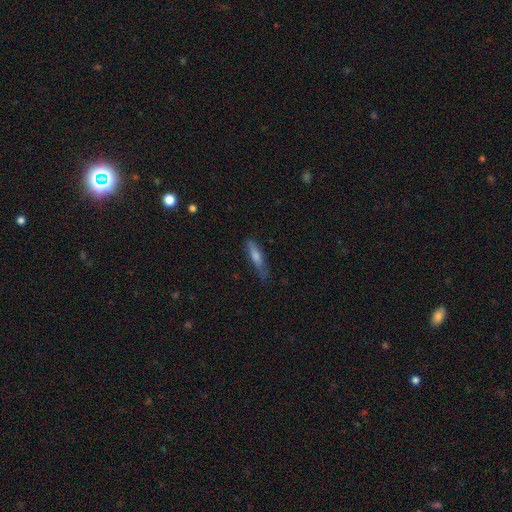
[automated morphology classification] smooth 60%, featured or disk 32%, star or artifact 8%. Down the decision tree: how rounded — cigar-shaped (82%); merging — none (69%).